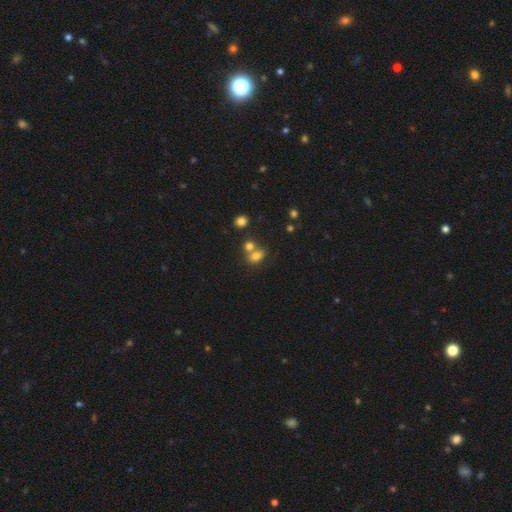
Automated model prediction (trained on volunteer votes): Overall: smooth (75%). How rounded: in between (67%; round 31%). Merging: merger (46%; none 38%).